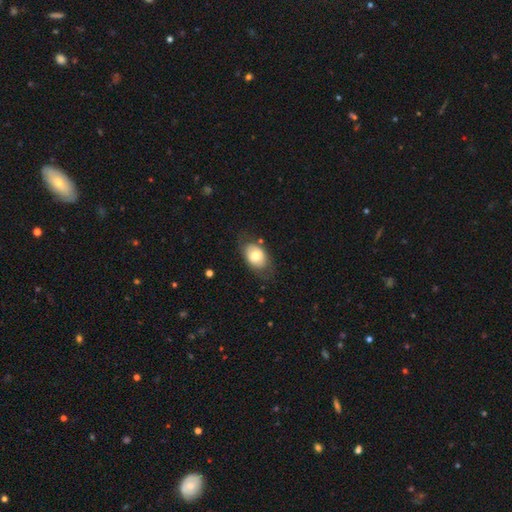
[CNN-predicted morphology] Smooth or featured: smooth — 69% (featured or disk — 24%)
How rounded: in between — 82% (round — 17%)
Merging: none — 69% (minor disturbance — 20%)